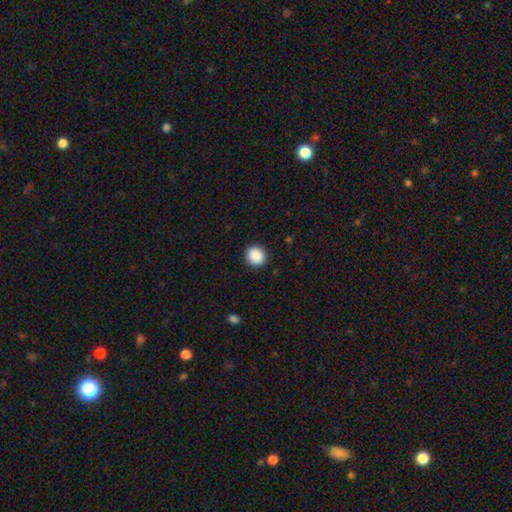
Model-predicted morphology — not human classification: smooth-or-featured: smooth: 89% | star or artifact: 9% | featured or disk: 2%
  how-rounded: round: 91% | in between: 8% | cigar-shaped: 1%
  merging: none: 92% | minor disturbance: 5% | major disturbance: 2% | merger: 1%